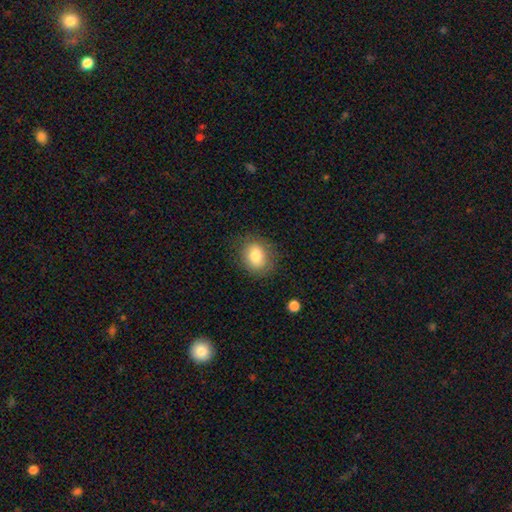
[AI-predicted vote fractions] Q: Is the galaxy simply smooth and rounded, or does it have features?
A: smooth — 80%.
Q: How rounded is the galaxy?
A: round — 52%.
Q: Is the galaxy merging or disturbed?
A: none — 80%.